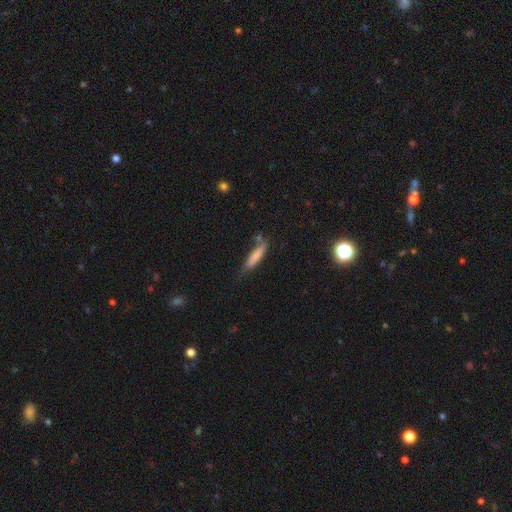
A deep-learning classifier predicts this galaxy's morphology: smooth-or-featured: smooth: 77% | featured or disk: 16% | star or artifact: 7%
  how-rounded: cigar-shaped: 81% | in between: 17% | round: 2%
  merging: none: 59% | minor disturbance: 26% | merger: 8% | major disturbance: 7%